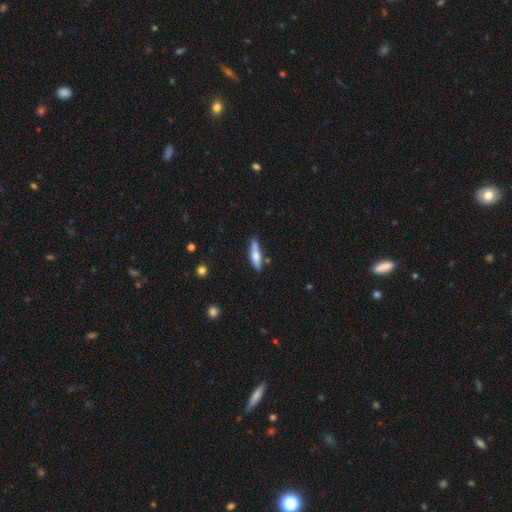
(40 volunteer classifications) This is possibly a smooth galaxy (55%). How rounded: clearly cigar-shaped (82%). Merging: possibly none (59%).